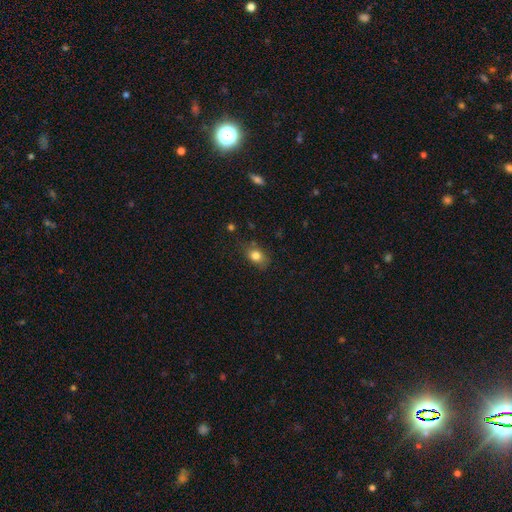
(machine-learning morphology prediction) smooth_or_featured: smooth (p=0.80) [alt: star or artifact p=0.10]
how_rounded: in between (p=0.69) [alt: round p=0.30]
merging: none (p=0.71) [alt: minor disturbance p=0.21]